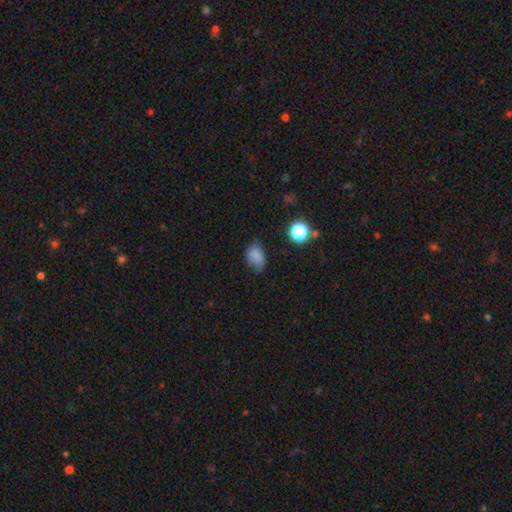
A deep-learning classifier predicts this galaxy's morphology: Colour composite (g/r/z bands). It shows a smooth galaxy with no disk features (79%) that is in between round and cigar-shaped (77%). Merging: none (54%).